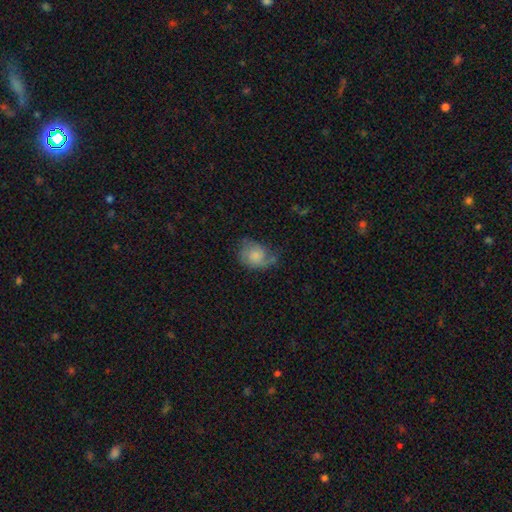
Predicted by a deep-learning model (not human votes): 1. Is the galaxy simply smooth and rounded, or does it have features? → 61% smooth, 31% featured or disk, 8% star or artifact.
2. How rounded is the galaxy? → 52% in between, 47% round, 1% cigar-shaped.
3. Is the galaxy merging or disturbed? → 38% none, 35% minor disturbance, 24% major disturbance, 3% merger.